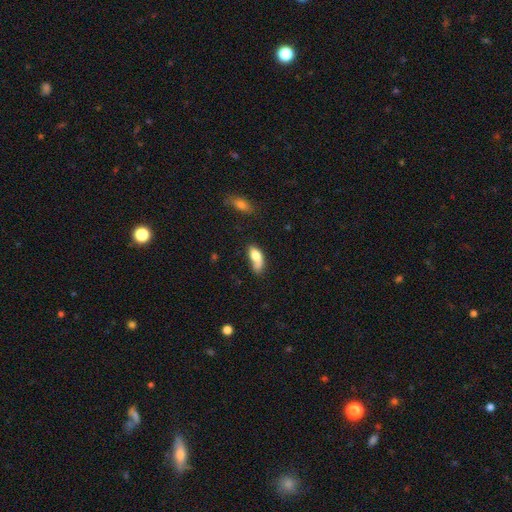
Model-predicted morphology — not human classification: smooth 72%, featured or disk 20%, star or artifact 8%. Down the decision tree: how rounded — in between (82%); merging — none (34%).